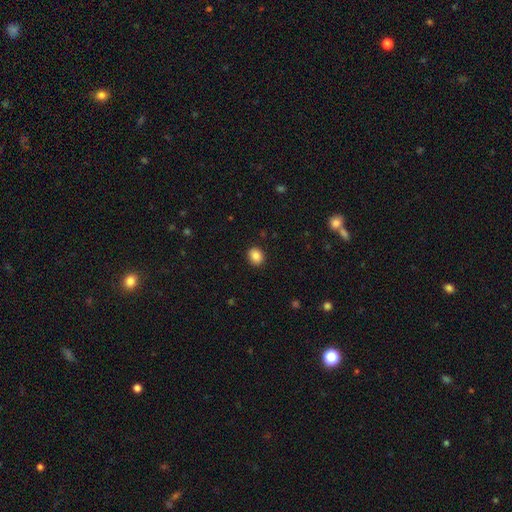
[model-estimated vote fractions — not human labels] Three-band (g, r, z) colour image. It shows a smooth galaxy with no disk features (86%) that is round (60%). Merging: none (91%).